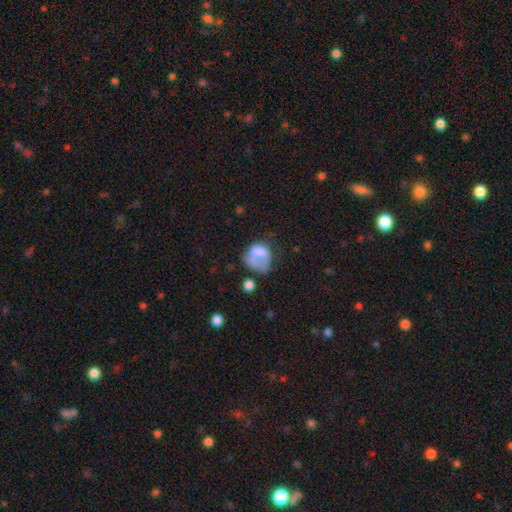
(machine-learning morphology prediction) Q: Smooth or featured?
A: smooth (65%); runner-up: featured or disk (25%)
Q: How rounded?
A: round (57%); runner-up: in between (42%)
Q: Merging?
A: major disturbance (37%); runner-up: none (29%)